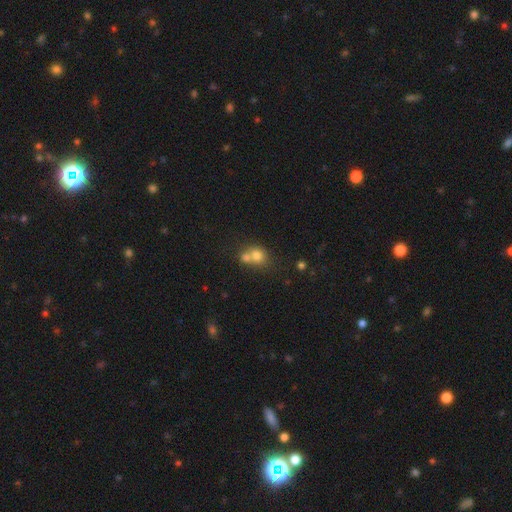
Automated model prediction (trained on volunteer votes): A smooth galaxy with no disk features (74%) that is round (73%). Merging: merger (57%).